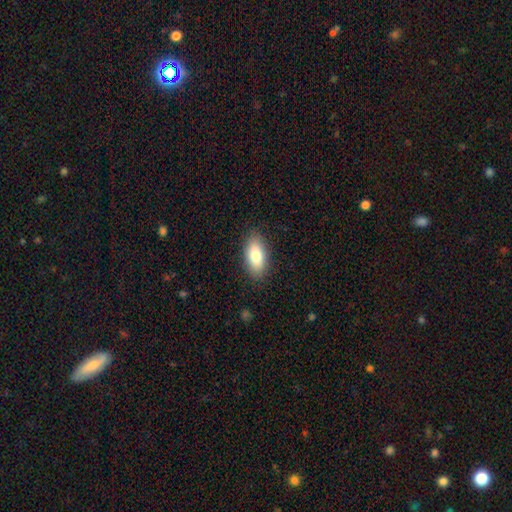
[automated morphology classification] A smooth galaxy with no disk features (80%) that is in between round and cigar-shaped (89%). Merging: none (87%).